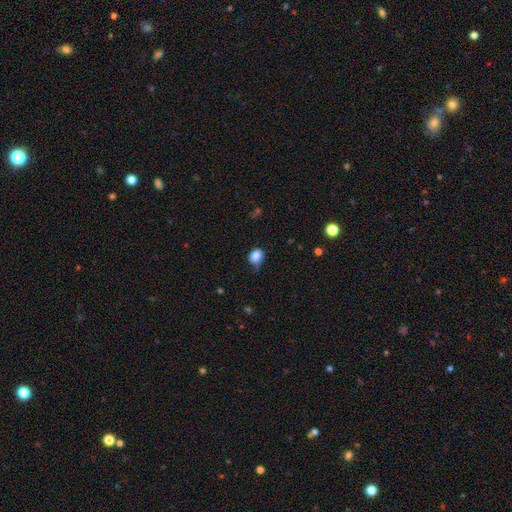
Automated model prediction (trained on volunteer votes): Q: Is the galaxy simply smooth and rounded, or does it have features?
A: smooth — 82%.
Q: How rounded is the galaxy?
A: round — 56%.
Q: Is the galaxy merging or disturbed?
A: none — 46%.